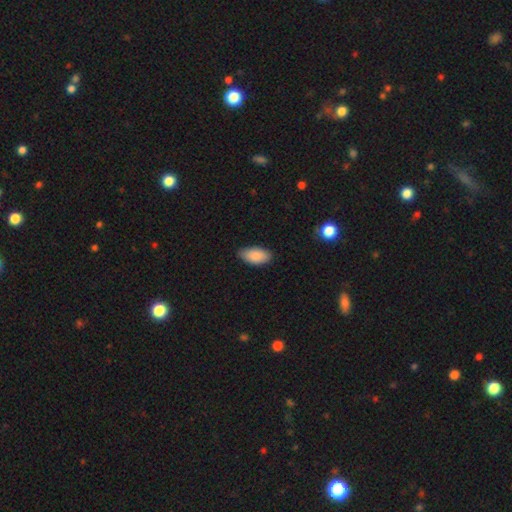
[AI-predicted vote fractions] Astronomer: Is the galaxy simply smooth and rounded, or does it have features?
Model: smooth — 88%.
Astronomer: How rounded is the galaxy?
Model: in between — 94%.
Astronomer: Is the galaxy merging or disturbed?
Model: none — 82%.